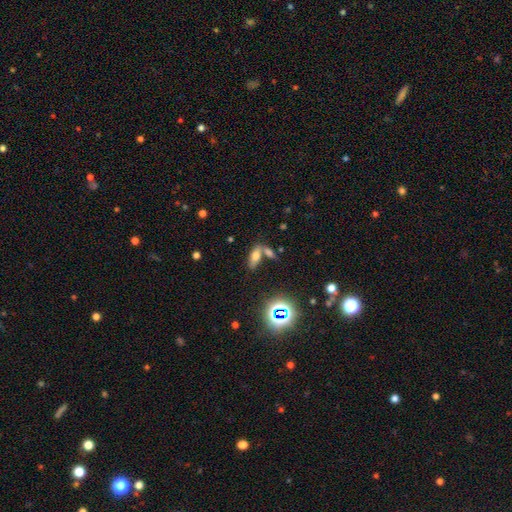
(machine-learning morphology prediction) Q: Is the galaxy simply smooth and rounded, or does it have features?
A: smooth — 64%.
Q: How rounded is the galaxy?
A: in between — 75%.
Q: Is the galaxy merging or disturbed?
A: none — 46%.